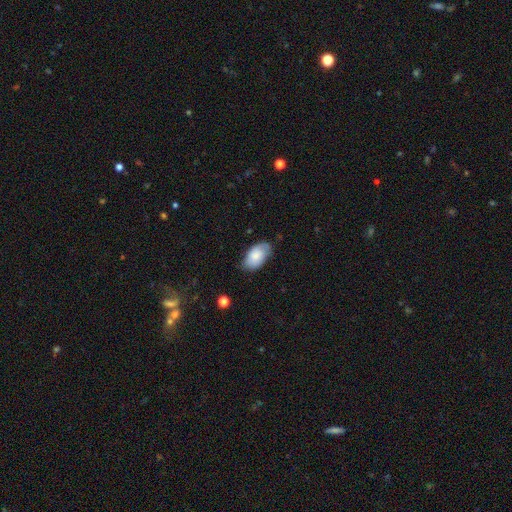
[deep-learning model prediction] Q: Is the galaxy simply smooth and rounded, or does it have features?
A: smooth — 75%.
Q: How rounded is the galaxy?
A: in between — 94%.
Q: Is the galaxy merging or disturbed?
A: none — 68%.